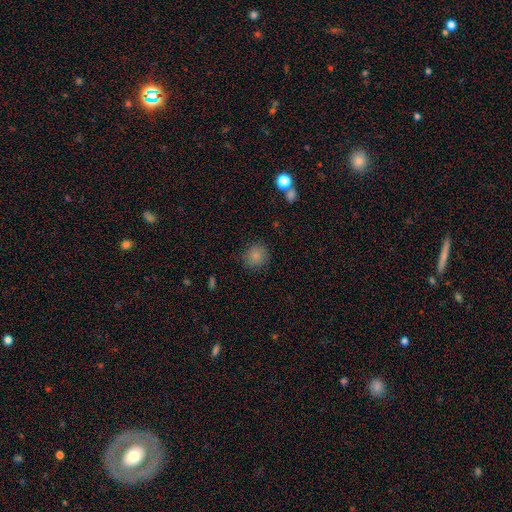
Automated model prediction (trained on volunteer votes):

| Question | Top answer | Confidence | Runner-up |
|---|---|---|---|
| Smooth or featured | smooth | 83% | star or artifact (10%) |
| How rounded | round | 88% | in between (11%) |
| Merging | none | 85% | minor disturbance (11%) |